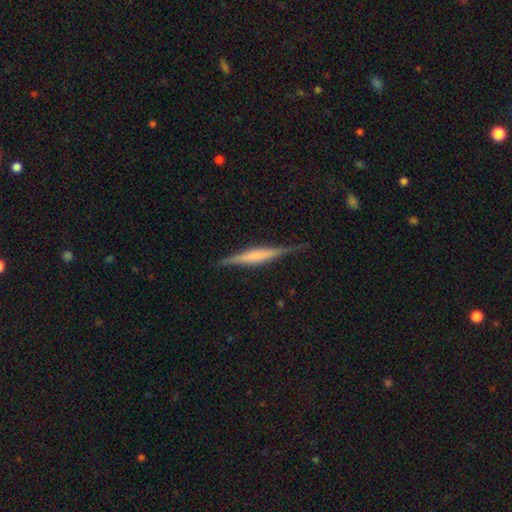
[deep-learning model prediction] Morphology: type=featured or disk (66%); edge-on=yes (97%); edge-on bulge=rounded (41%); merging=none (85%).